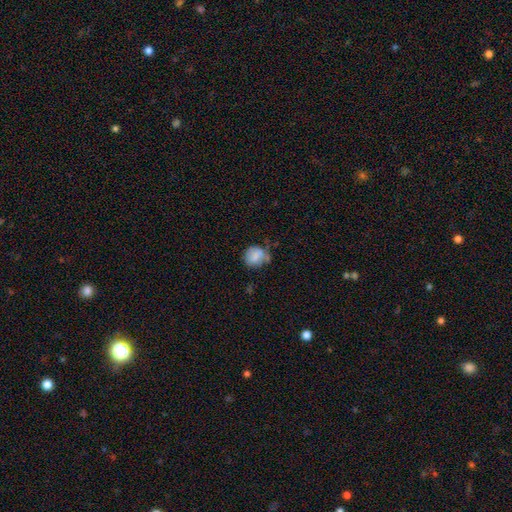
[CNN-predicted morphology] Overall: smooth (76%). How rounded: round (68%; in between 31%). Merging: none (50%; minor disturbance 31%).